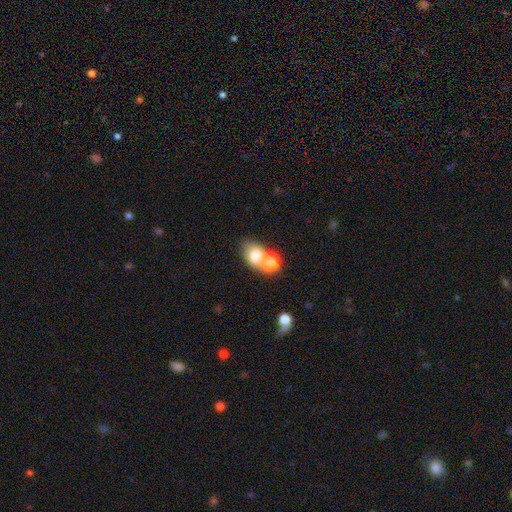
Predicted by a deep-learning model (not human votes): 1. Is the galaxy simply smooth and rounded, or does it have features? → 74% smooth, 15% featured or disk, 11% star or artifact.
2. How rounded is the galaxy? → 62% in between, 36% round, 2% cigar-shaped.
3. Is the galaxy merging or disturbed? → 52% merger, 35% none, 9% minor disturbance, 5% major disturbance.